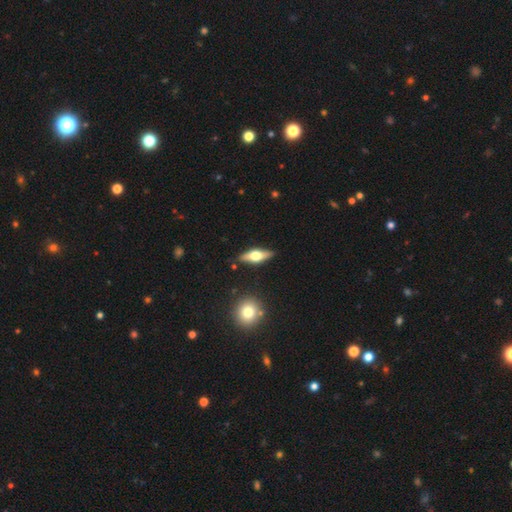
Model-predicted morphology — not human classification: Smooth or featured?
  - featured or disk: 58% *
  - smooth: 37%
  - star or artifact: 6%
Edge-on disk?
  - yes: 92% *
  - no: 8%
Edge-on bulge?
  - rounded: 93% *
  - boxy: 6%
  - none: 2%
Merging?
  - none: 86% *
  - minor disturbance: 10%
  - merger: 2%
  - major disturbance: 2%